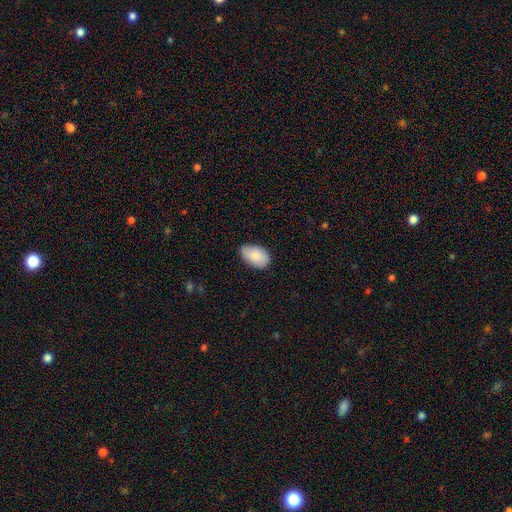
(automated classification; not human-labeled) smooth-or-featured: smooth: 84% | featured or disk: 10% | star or artifact: 6%
  how-rounded: in between: 92% | round: 7% | cigar-shaped: 1%
  merging: none: 72% | minor disturbance: 24% | major disturbance: 3% | merger: 1%